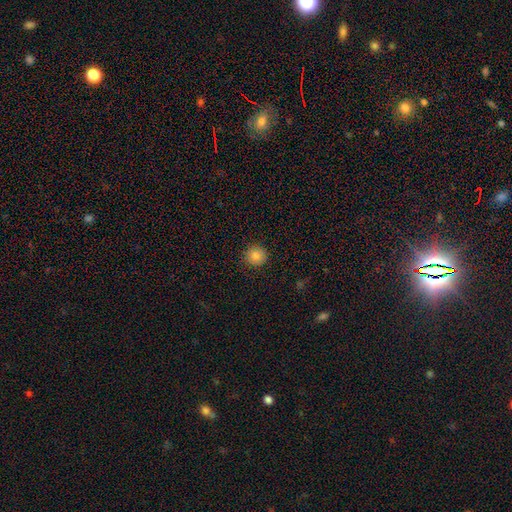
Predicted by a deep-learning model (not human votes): Overall: smooth (82%). How rounded: round (93%). Merging: none (91%).